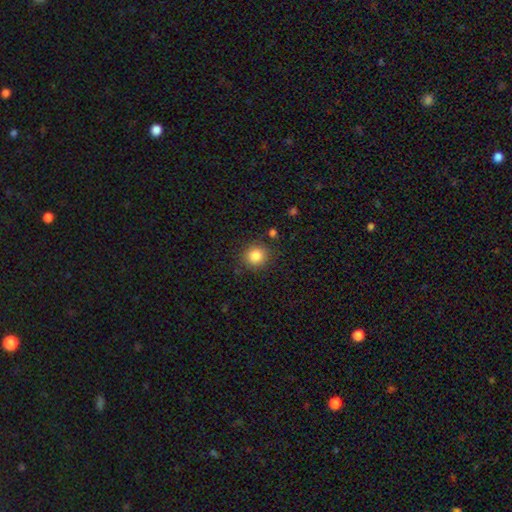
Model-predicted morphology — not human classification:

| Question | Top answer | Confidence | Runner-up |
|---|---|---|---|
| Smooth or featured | smooth | 85% | star or artifact (10%) |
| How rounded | round | 89% | in between (10%) |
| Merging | none | 86% | minor disturbance (9%) |